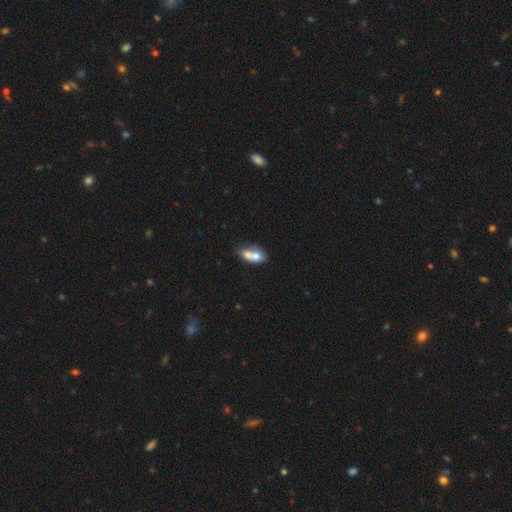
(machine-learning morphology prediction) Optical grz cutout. It shows a smooth galaxy with no disk features (67%) that is in between round and cigar-shaped (79%). Merging: merger (58%).